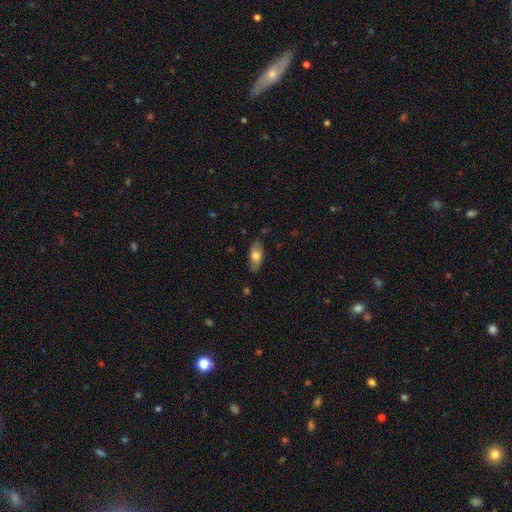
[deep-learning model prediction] Smooth or featured? Predicted: smooth (p=0.62). How rounded? Predicted: in between (p=0.85). Merging? Predicted: none (p=0.79).